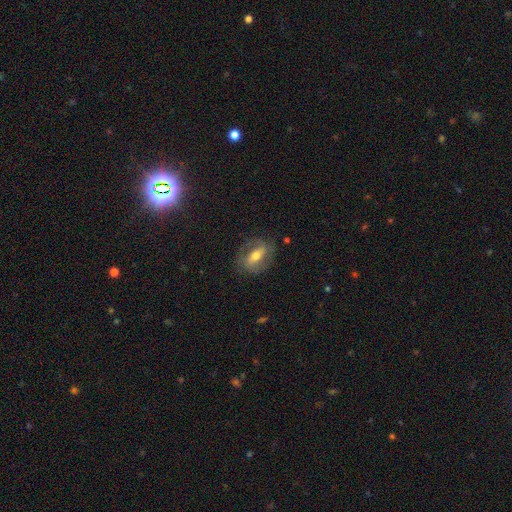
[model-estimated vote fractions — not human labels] Smooth or featured? featured or disk (62%)
Edge-on disk? no (87%)
Bar? strong (46%)
Spiral arms? yes (65%)
Bulge size? moderate (67%)
Merging? none (75%)